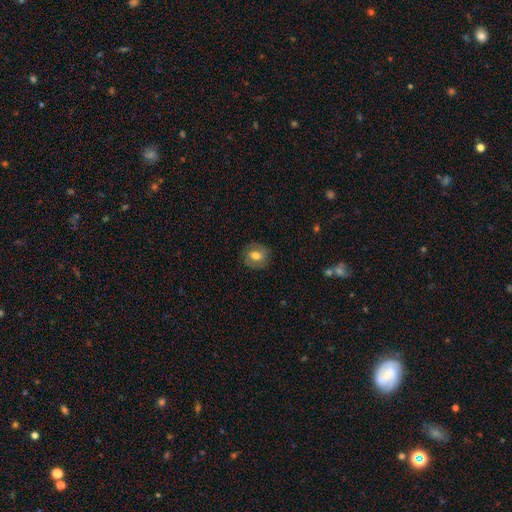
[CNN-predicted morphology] Smooth or featured: smooth — 49% (featured or disk — 42%)
Merging: none — 82% (minor disturbance — 12%)